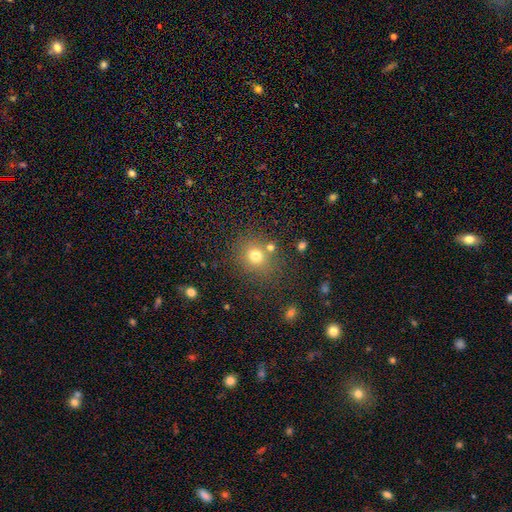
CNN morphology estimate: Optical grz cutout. It shows a smooth galaxy with no disk features (73%) that is round (83%). Merging: none (73%).